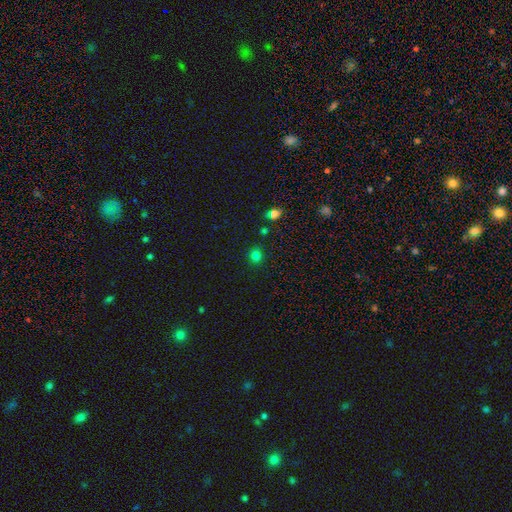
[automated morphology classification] This is likely a smooth galaxy (78%). How rounded: likely round (80%). Merging: clearly none (88%).